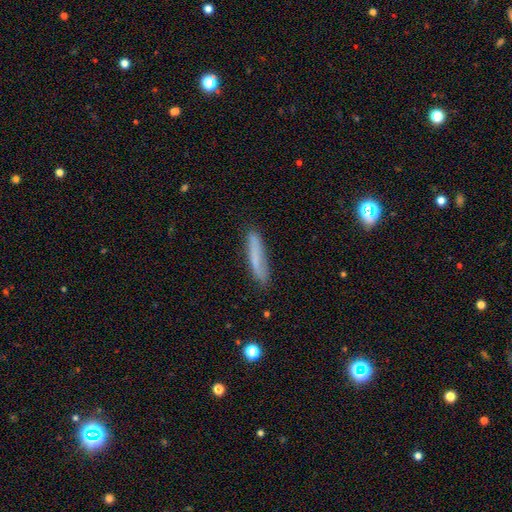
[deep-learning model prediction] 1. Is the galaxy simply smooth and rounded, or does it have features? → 65% smooth, 26% featured or disk, 9% star or artifact.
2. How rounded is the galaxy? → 88% cigar-shaped, 10% in between, 2% round.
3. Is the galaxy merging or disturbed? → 79% none, 16% minor disturbance, 3% major disturbance, 2% merger.